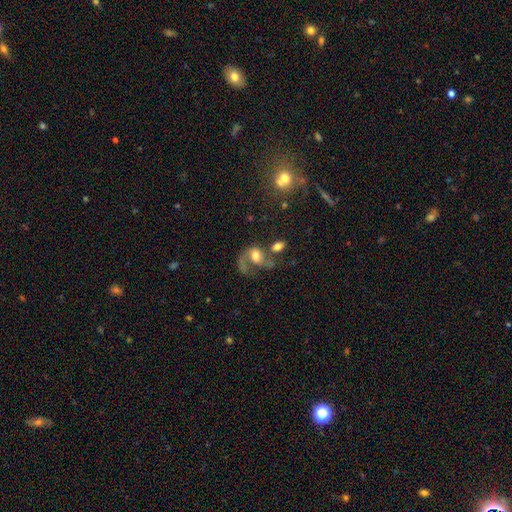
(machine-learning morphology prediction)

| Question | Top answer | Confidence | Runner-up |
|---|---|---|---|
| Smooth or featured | featured or disk | 53% | smooth (37%) |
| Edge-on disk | no | 97% | yes (3%) |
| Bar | no | 68% | weak (25%) |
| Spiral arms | yes | 75% | no (25%) |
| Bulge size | moderate | 50% | large (30%) |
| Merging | major disturbance | 36% | merger (31%) |